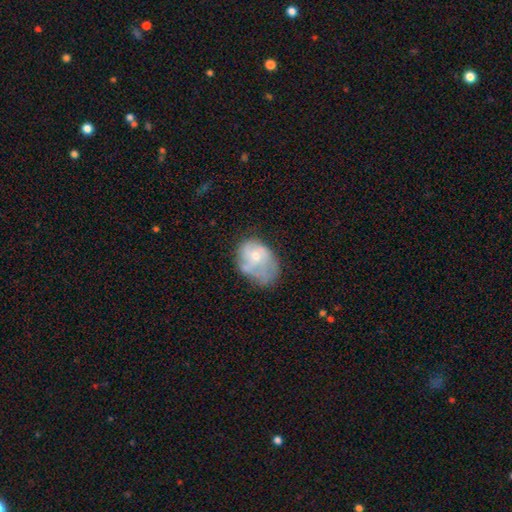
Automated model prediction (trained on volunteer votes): Q: Smooth or featured?
A: featured or disk (55%); runner-up: smooth (37%)
Q: Edge-on disk?
A: no (97%); runner-up: yes (3%)
Q: Bar?
A: no (78%); runner-up: weak (19%)
Q: Spiral arms?
A: yes (55%); runner-up: no (45%)
Q: Bulge size?
A: small (50%); runner-up: moderate (43%)
Q: Merging?
A: none (33%); runner-up: minor disturbance (31%)